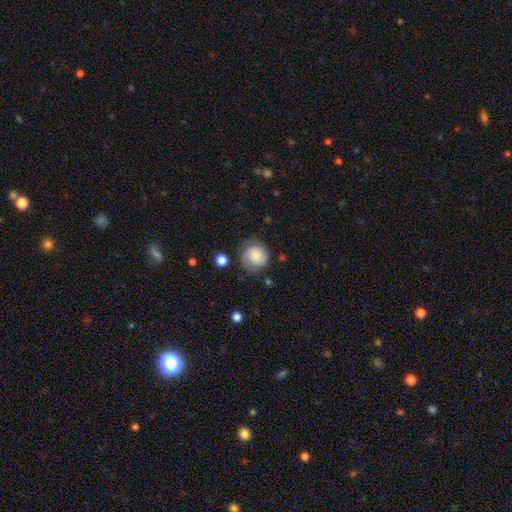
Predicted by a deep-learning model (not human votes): A smooth galaxy with no disk features (70%) that is round (89%). Merging: none (65%).